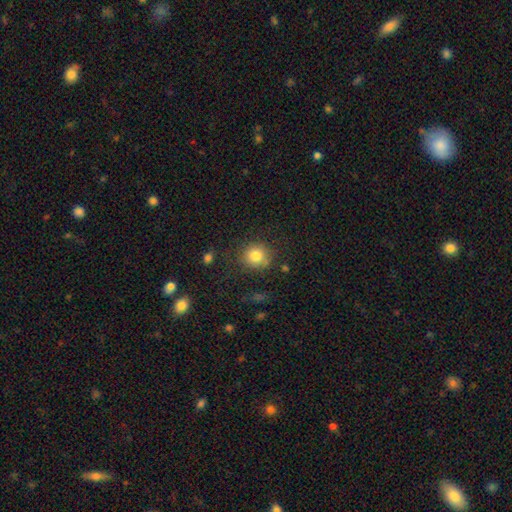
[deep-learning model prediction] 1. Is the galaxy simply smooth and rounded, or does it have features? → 82% smooth, 11% star or artifact, 7% featured or disk.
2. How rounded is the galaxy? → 87% round, 12% in between, 1% cigar-shaped.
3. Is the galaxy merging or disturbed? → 79% none, 13% minor disturbance, 5% major disturbance, 3% merger.